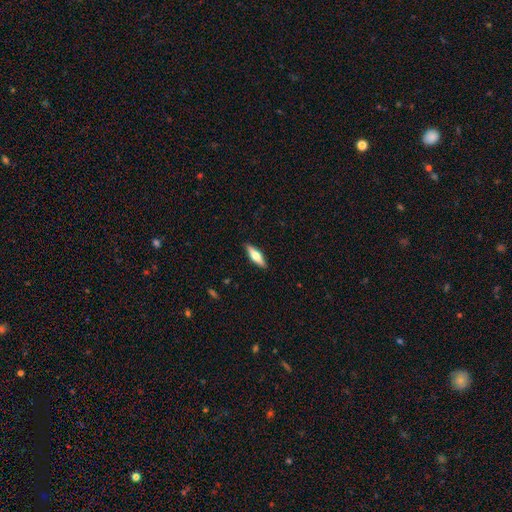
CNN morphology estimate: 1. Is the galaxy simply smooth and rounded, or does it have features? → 53% smooth, 42% featured or disk, 6% star or artifact.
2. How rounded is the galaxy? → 61% cigar-shaped, 37% in between, 2% round.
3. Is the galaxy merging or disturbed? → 90% none, 8% minor disturbance, 2% major disturbance, 1% merger.